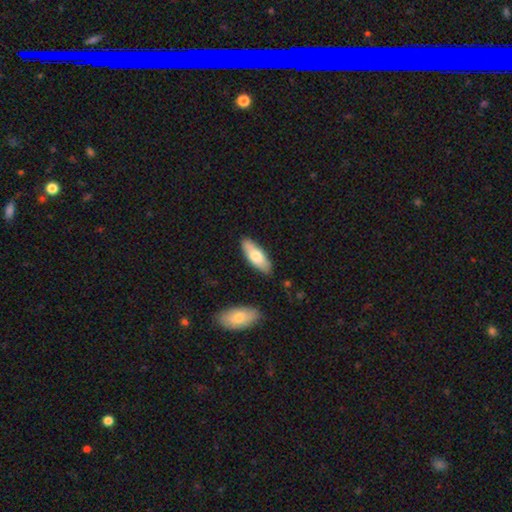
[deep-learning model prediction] A smooth galaxy with no disk features (70%) that is in between round and cigar-shaped (68%).

Vote fractions:
- Smooth or featured? smooth: 70% / featured or disk: 24% / star or artifact: 5%
- How rounded? in between: 68% / cigar-shaped: 30% / round: 2%
- Merging? none: 84% / minor disturbance: 11% / merger: 3% / major disturbance: 2%